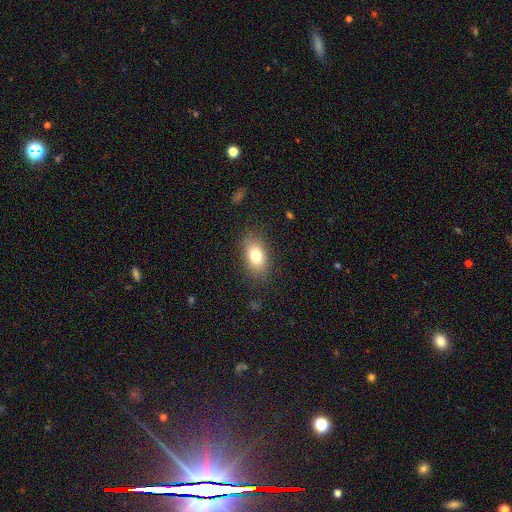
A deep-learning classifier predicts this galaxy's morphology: Q: Smooth or featured?
A: smooth (78%); runner-up: featured or disk (13%)
Q: How rounded?
A: in between (87%); runner-up: round (11%)
Q: Merging?
A: none (83%); runner-up: minor disturbance (12%)